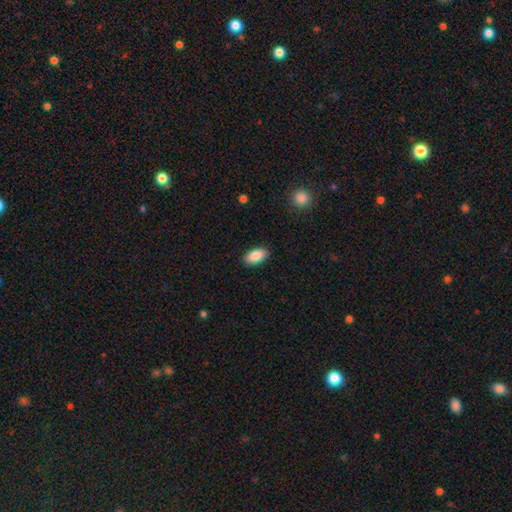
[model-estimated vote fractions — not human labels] A smooth galaxy with no disk features (88%) that is in between round and cigar-shaped (93%). Merging: none (89%).